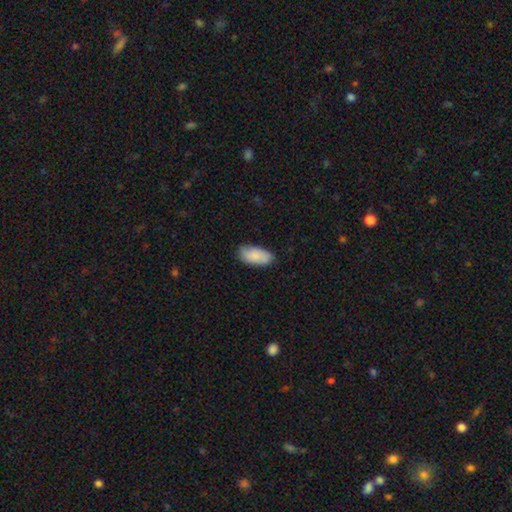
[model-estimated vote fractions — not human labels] Smooth or featured? Predicted: smooth (p=0.84). How rounded? Predicted: in between (p=0.93). Merging? Predicted: none (p=0.77).